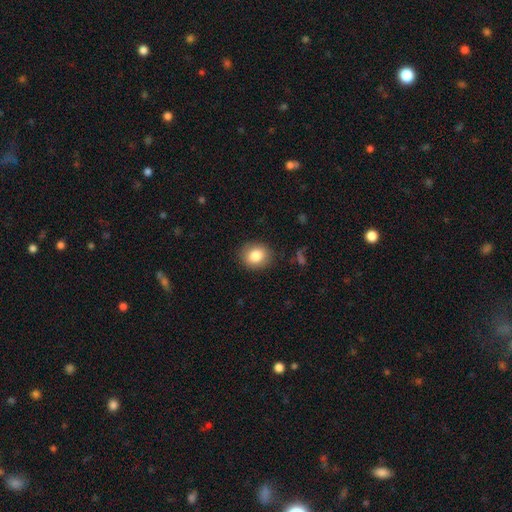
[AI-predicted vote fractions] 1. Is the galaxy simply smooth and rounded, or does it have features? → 84% smooth, 9% star or artifact, 7% featured or disk.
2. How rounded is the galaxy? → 68% round, 31% in between, 1% cigar-shaped.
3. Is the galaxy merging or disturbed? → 88% none, 9% minor disturbance, 2% major disturbance, 1% merger.